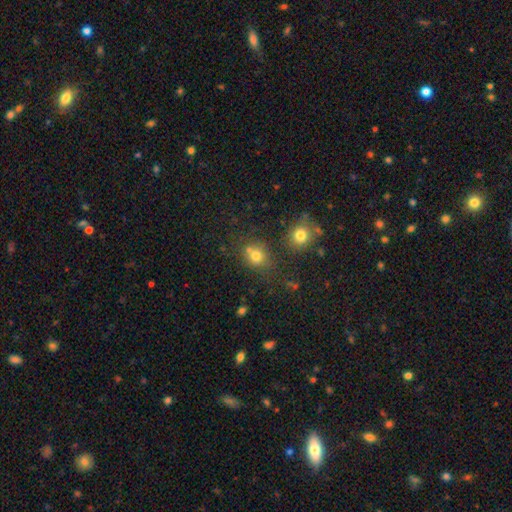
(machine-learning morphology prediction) This appears to be a smooth galaxy with no disk features (74%) that is round (76%). Merging: none (62%).